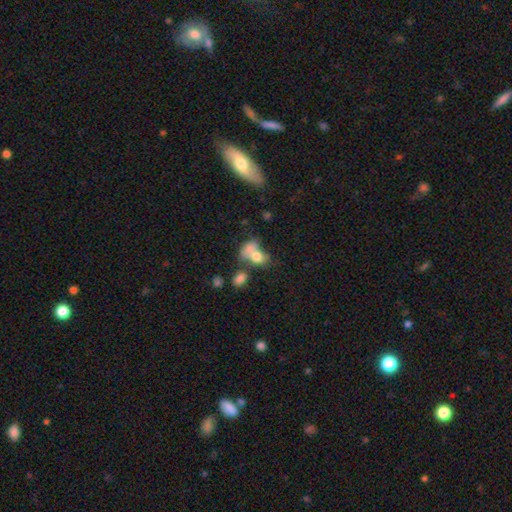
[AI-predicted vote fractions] This appears to be a smooth galaxy with no disk features (69%) that is in between round and cigar-shaped (64%). Merging: merger (57%).